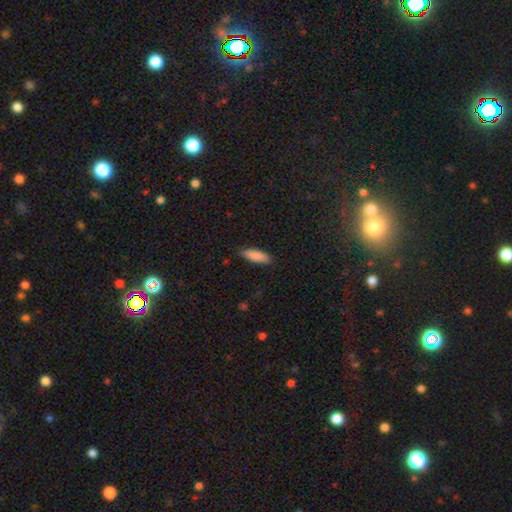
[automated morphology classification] A smooth galaxy with no disk features (88%) that is in between round and cigar-shaped (60%). Merging: none (86%).